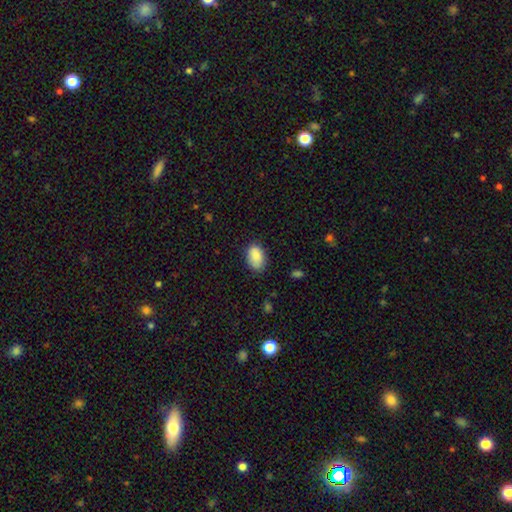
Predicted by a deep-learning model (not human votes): Smooth or featured?
  - smooth: 87% *
  - star or artifact: 7%
  - featured or disk: 6%
How rounded?
  - in between: 90% *
  - round: 9%
  - cigar-shaped: 1%
Merging?
  - none: 74% *
  - minor disturbance: 21%
  - major disturbance: 4%
  - merger: 1%